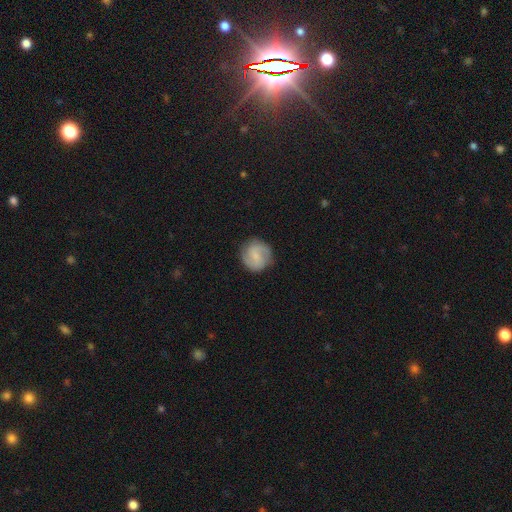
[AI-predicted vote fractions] Smooth or featured?
  - featured or disk: 62% *
  - smooth: 31%
  - star or artifact: 7%
Edge-on disk?
  - no: 98% *
  - yes: 2%
Bar?
  - weak: 47% *
  - no: 41%
  - strong: 12%
Spiral arms?
  - yes: 93% *
  - no: 7%
Spiral winding?
  - medium: 48% *
  - tight: 33%
  - loose: 18%
Spiral arm count?
  - 2: 86% *
  - can't tell: 7%
  - 3: 3%
  - 1: 2%
  - 4: 1%
  - more than 4: 1%
Bulge size?
  - small: 55% *
  - none: 23%
  - moderate: 19%
  - large: 2%
  - dominant: 1%
Merging?
  - none: 84% *
  - minor disturbance: 11%
  - major disturbance: 3%
  - merger: 1%